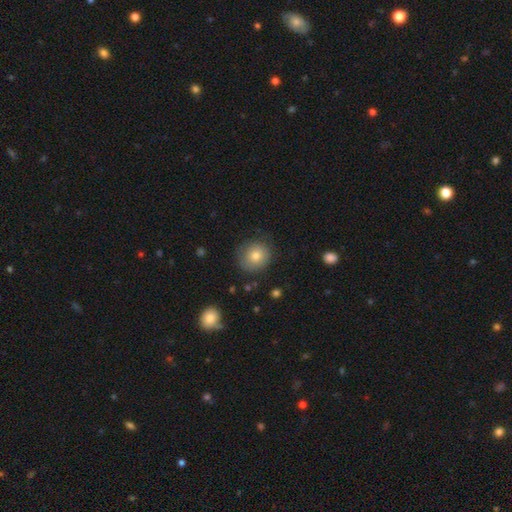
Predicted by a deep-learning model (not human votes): smooth-or-featured: smooth: 77% | featured or disk: 13% | star or artifact: 10%
  how-rounded: round: 85% | in between: 14% | cigar-shaped: 1%
  merging: none: 78% | minor disturbance: 15% | major disturbance: 5% | merger: 1%